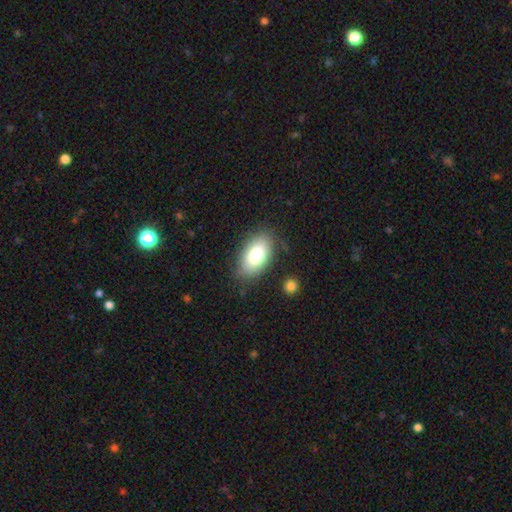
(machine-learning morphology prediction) This is likely a smooth galaxy (77%). How rounded: clearly in between (92%). Merging: clearly none (81%).